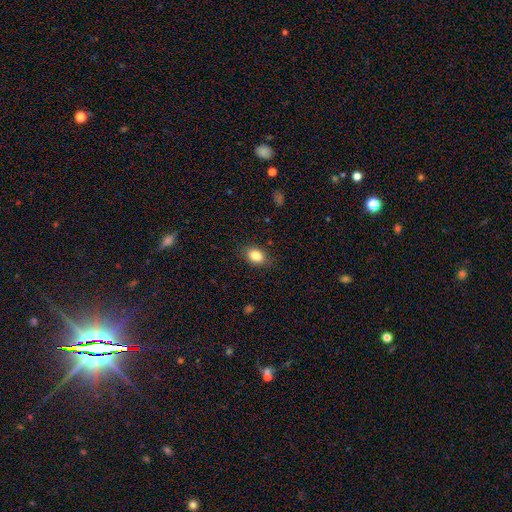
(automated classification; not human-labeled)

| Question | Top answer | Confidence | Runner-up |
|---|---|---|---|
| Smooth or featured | smooth | 84% | star or artifact (9%) |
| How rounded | in between | 79% | round (20%) |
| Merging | none | 84% | minor disturbance (12%) |